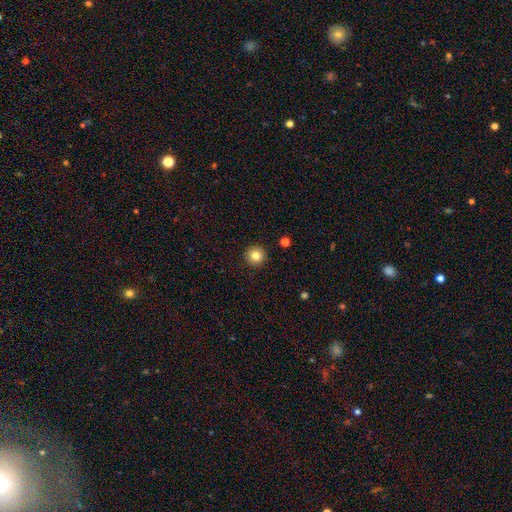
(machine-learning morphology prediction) A smooth galaxy with no disk features (83%) that is round (96%).

Vote fractions:
- Smooth or featured? smooth: 83% / star or artifact: 11% / featured or disk: 6%
- How rounded? round: 96% / in between: 3% / cigar-shaped: 1%
- Merging? none: 93% / minor disturbance: 5% / major disturbance: 2% / merger: 1%